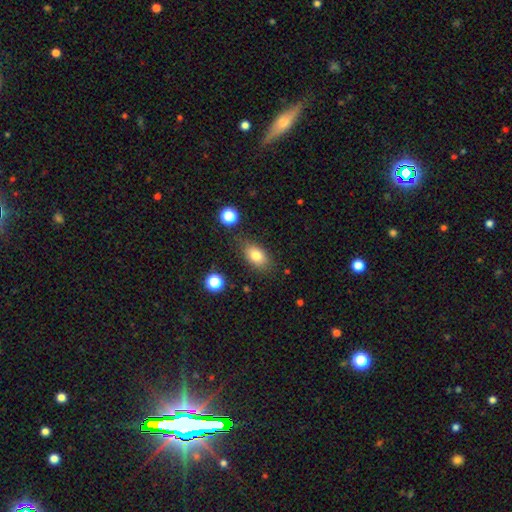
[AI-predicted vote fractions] Smooth or featured? smooth (80%)
How rounded? in between (84%)
Merging? none (78%)